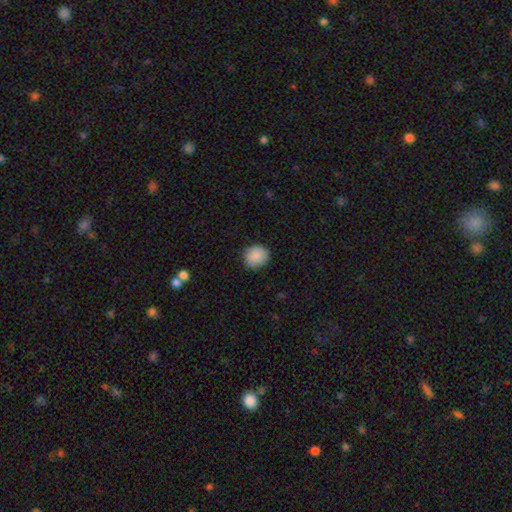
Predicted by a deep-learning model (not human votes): Smooth or featured?
  - smooth: 88% *
  - star or artifact: 8%
  - featured or disk: 5%
How rounded?
  - round: 80% *
  - in between: 20%
  - cigar-shaped: 1%
Merging?
  - none: 85% *
  - minor disturbance: 12%
  - major disturbance: 2%
  - merger: 1%